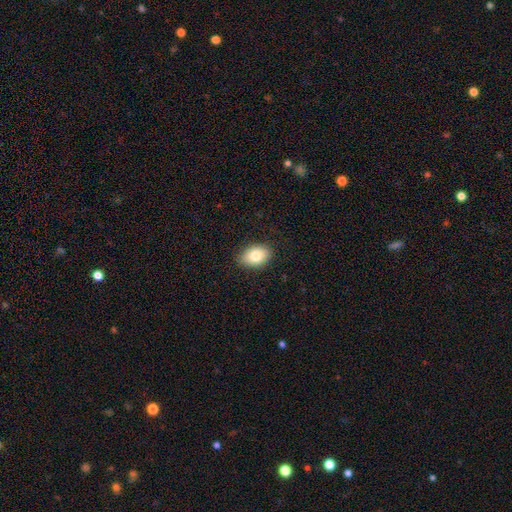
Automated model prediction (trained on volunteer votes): A smooth galaxy with no disk features (82%) that is in between round and cigar-shaped (84%). Merging: none (87%).